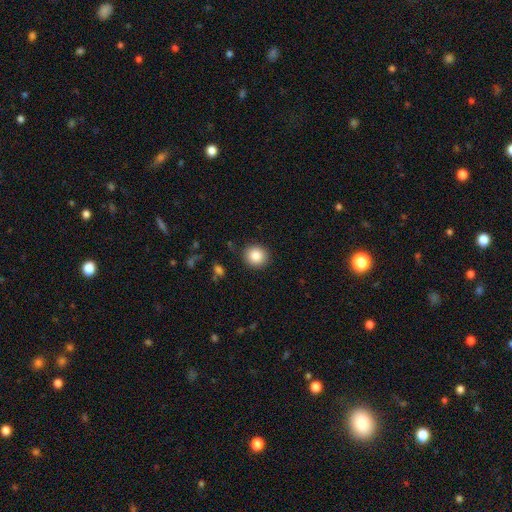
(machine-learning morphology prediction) Smooth or featured: smooth — 86% (star or artifact — 9%)
How rounded: round — 88% (in between — 11%)
Merging: none — 90% (minor disturbance — 7%)